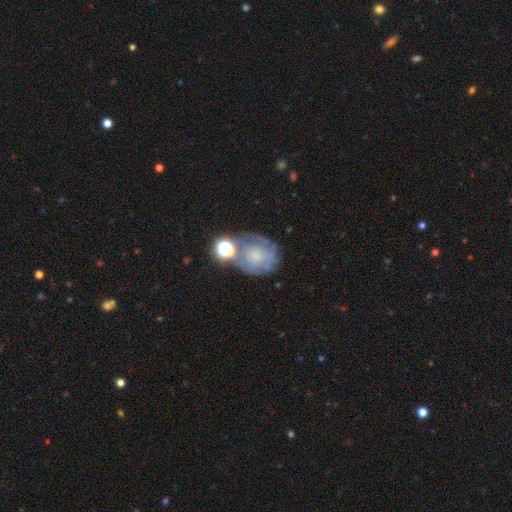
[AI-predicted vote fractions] A featured or disk galaxy (52%) with no bar (81%), spiral arms (60%) and a small central bulge (51%). Merging: none (48%).